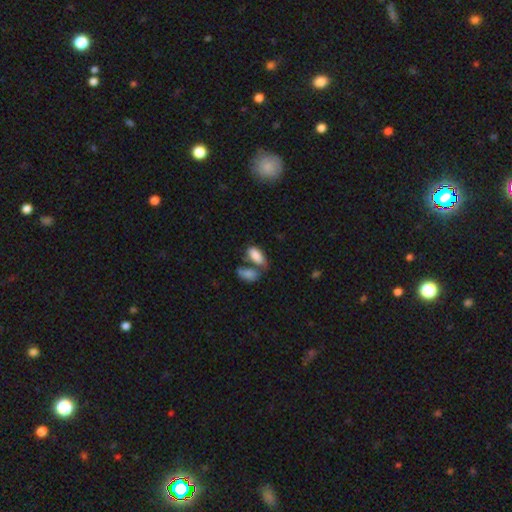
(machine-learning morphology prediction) This appears to be a smooth galaxy with no disk features (84%) that is in between round and cigar-shaped (92%). Merging: merger (49%).